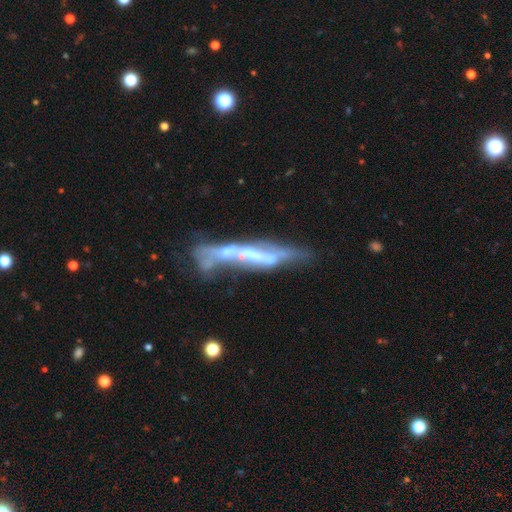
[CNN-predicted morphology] featured or disk 70%, smooth 21%, star or artifact 9%. Down the decision tree: edge-on disk — yes (52%); merging — none (31%).